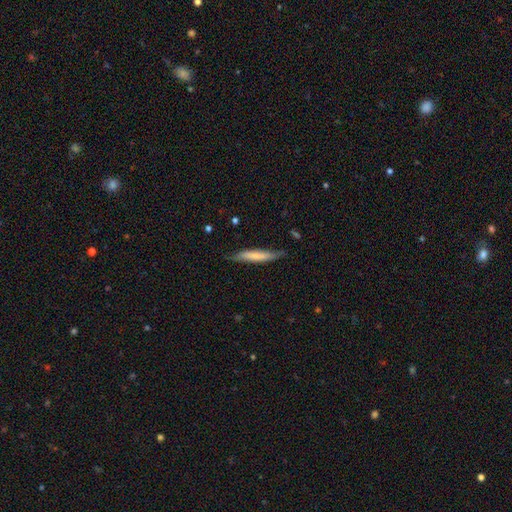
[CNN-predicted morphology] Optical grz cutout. It shows a smooth galaxy with no disk features (63%) that is cigar-shaped (91%). Merging: none (74%).